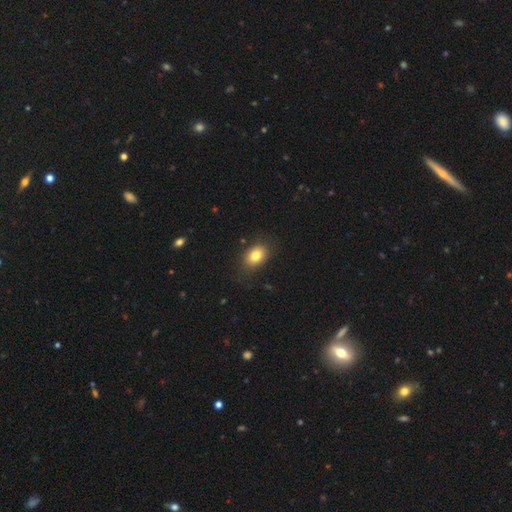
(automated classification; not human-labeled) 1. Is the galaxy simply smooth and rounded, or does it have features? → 81% smooth, 10% featured or disk, 9% star or artifact.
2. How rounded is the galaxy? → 74% in between, 25% round, 1% cigar-shaped.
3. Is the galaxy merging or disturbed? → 83% none, 13% minor disturbance, 3% major disturbance, 1% merger.